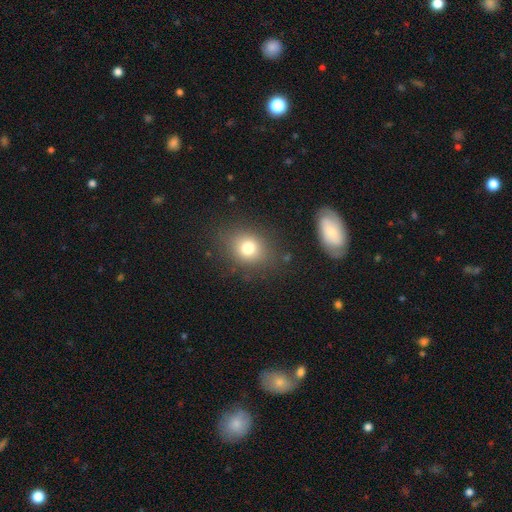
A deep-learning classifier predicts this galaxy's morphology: A smooth galaxy with no disk features (64%) that is round (52%). Merging: none (85%).